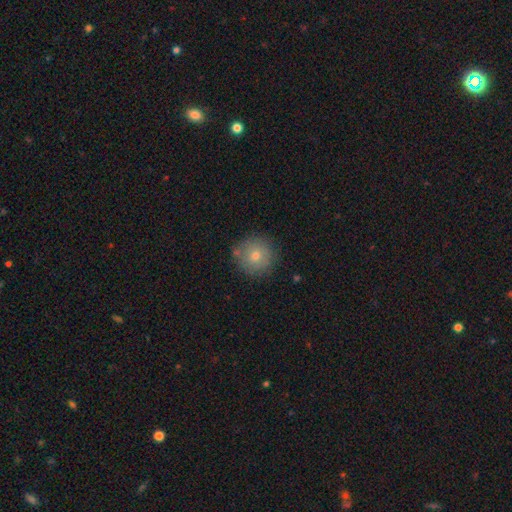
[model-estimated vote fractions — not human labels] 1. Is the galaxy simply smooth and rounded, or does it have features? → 72% smooth, 16% featured or disk, 12% star or artifact.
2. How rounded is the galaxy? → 95% round, 4% in between, 1% cigar-shaped.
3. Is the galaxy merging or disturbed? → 82% none, 11% minor disturbance, 4% merger, 3% major disturbance.